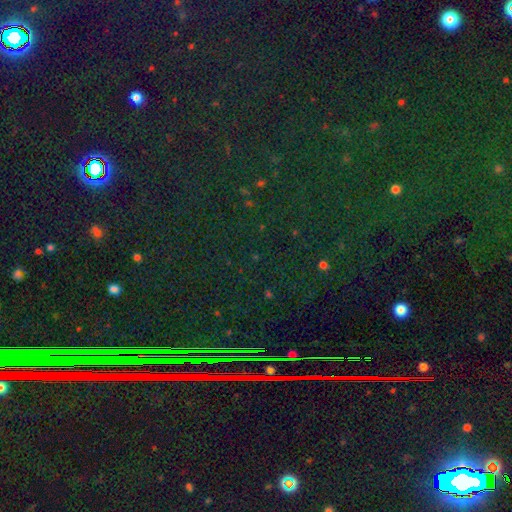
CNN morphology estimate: Overall: star or artifact (83%).